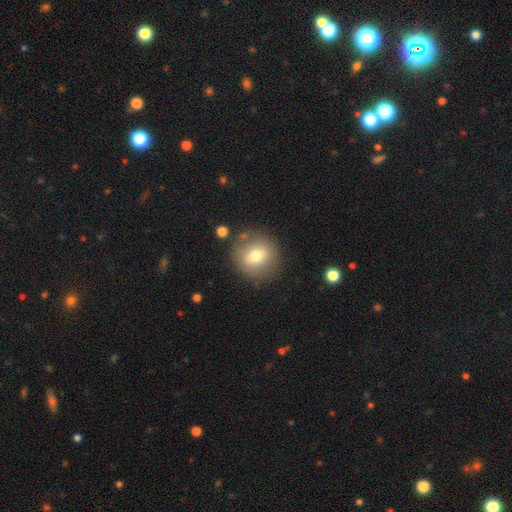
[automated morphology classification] smooth 68%, featured or disk 23%, star or artifact 9%. Down the decision tree: how rounded — round (90%); merging — none (82%).